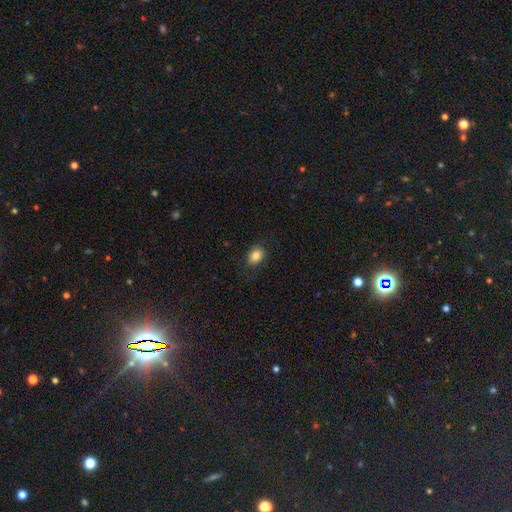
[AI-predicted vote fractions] Q: Smooth or featured?
A: smooth (85%); runner-up: star or artifact (9%)
Q: How rounded?
A: in between (62%); runner-up: round (37%)
Q: Merging?
A: none (83%); runner-up: minor disturbance (12%)